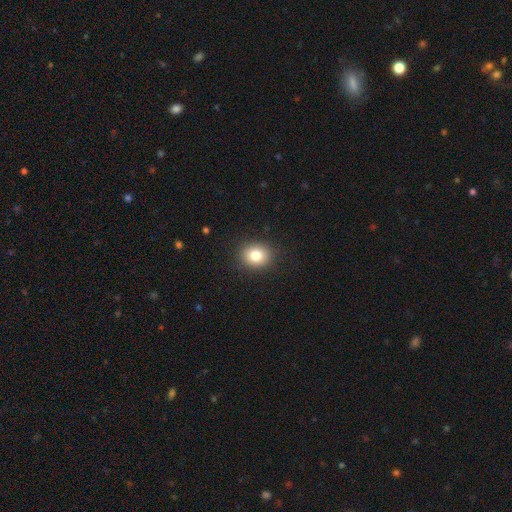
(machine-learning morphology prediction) The model was most divided on "how rounded": round: 61%, in between: 39%, cigar-shaped: 1%. More confident: merging — none (89%); smooth or featured — smooth (81%).